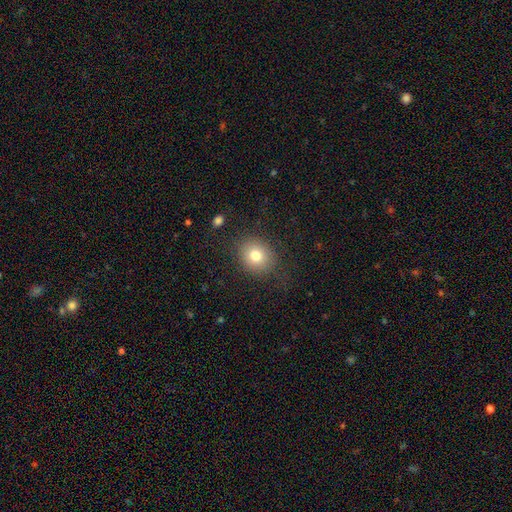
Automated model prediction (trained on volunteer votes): Smooth or featured? smooth (77%)
How rounded? round (67%)
Merging? none (82%)